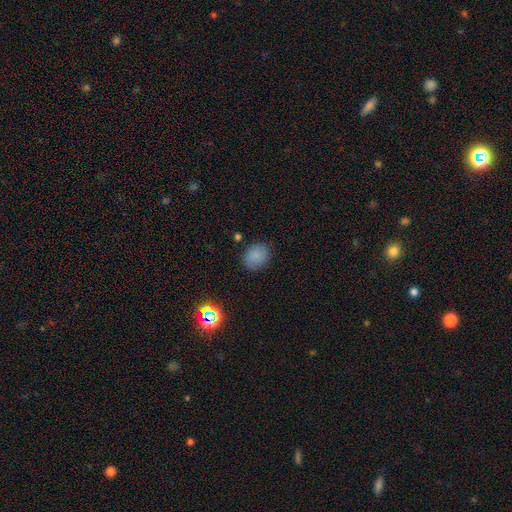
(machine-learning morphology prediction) smooth 82%, star or artifact 11%, featured or disk 7%. Down the decision tree: how rounded — round (57%); merging — none (83%).